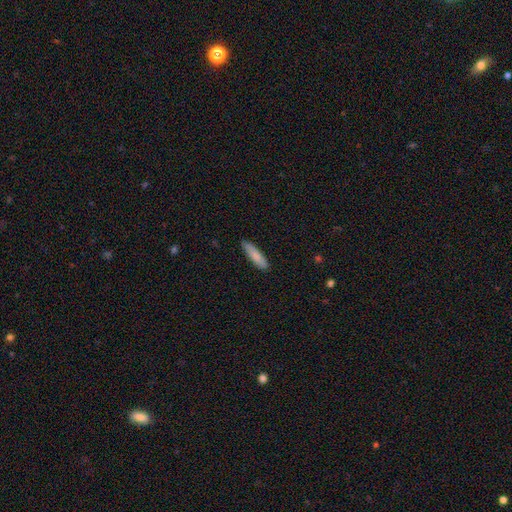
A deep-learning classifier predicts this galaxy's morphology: A smooth galaxy with no disk features (83%) that is cigar-shaped (75%).

Vote fractions:
- Smooth or featured? smooth: 83% / featured or disk: 11% / star or artifact: 6%
- How rounded? cigar-shaped: 75% / in between: 24% / round: 1%
- Merging? none: 85% / minor disturbance: 12% / major disturbance: 2% / merger: 1%